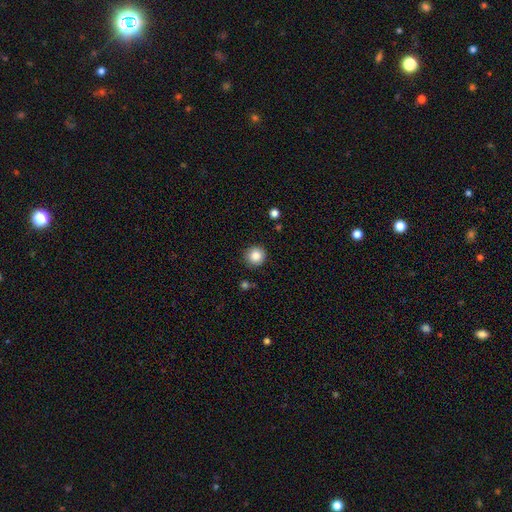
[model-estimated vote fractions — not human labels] Smooth or featured?
  - smooth: 85% *
  - star or artifact: 9%
  - featured or disk: 5%
How rounded?
  - round: 93% *
  - in between: 6%
  - cigar-shaped: 1%
Merging?
  - none: 88% *
  - minor disturbance: 8%
  - major disturbance: 2%
  - merger: 2%